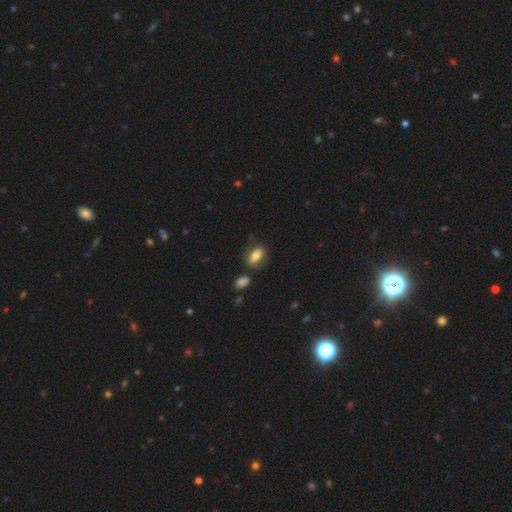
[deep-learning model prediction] Smooth or featured?
  - smooth: 76% *
  - featured or disk: 16%
  - star or artifact: 8%
How rounded?
  - in between: 83% *
  - cigar-shaped: 9%
  - round: 9%
Merging?
  - none: 73% *
  - minor disturbance: 16%
  - merger: 6%
  - major disturbance: 5%